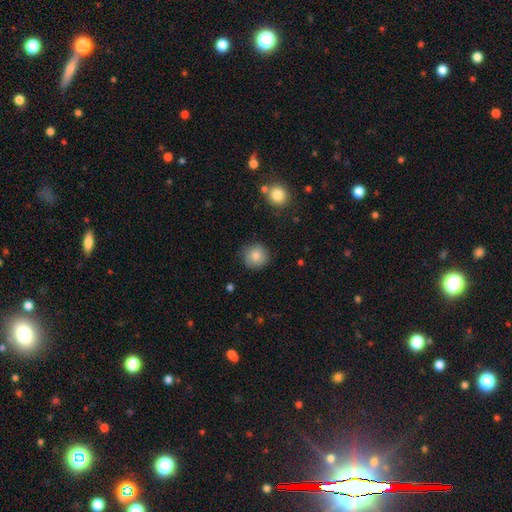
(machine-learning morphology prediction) Q: Smooth or featured?
A: smooth (80%); runner-up: featured or disk (11%)
Q: How rounded?
A: round (92%); runner-up: in between (7%)
Q: Merging?
A: none (83%); runner-up: minor disturbance (12%)